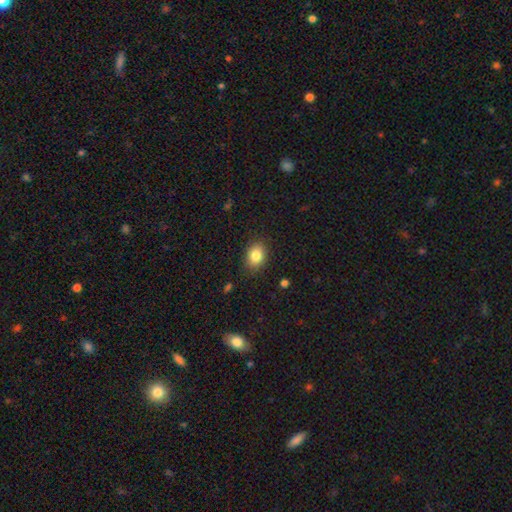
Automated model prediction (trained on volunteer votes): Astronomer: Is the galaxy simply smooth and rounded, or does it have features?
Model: smooth — 84%.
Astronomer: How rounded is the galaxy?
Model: in between — 64%.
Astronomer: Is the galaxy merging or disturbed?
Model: none — 85%.